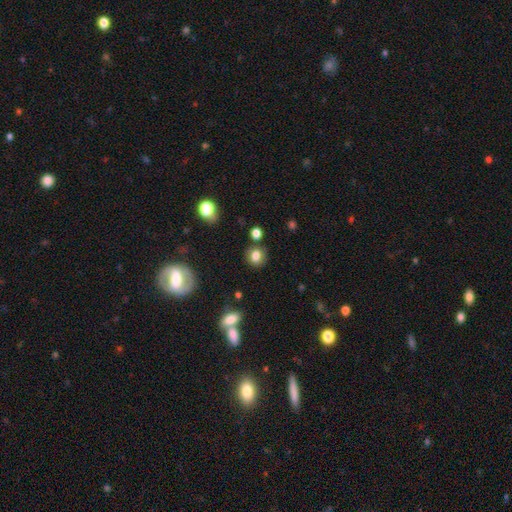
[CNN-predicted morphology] Overall: smooth (80%). How rounded: round (77%). Merging: none (80%).